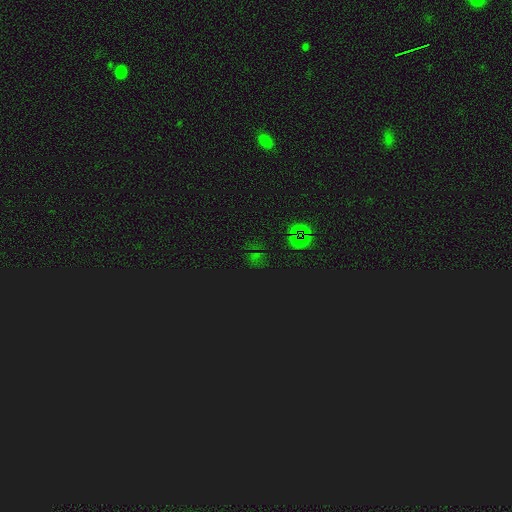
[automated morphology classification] Smooth or featured? star or artifact (74%)